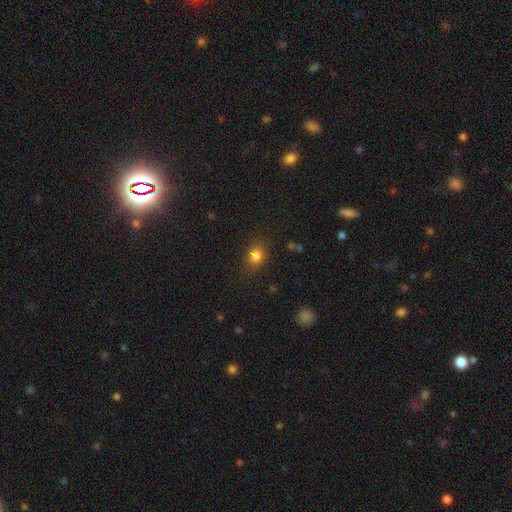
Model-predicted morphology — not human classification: Smooth or featured?
  - smooth: 80% *
  - star or artifact: 14%
  - featured or disk: 7%
How rounded?
  - round: 57% *
  - in between: 42%
  - cigar-shaped: 1%
Merging?
  - none: 80% *
  - minor disturbance: 13%
  - major disturbance: 4%
  - merger: 2%